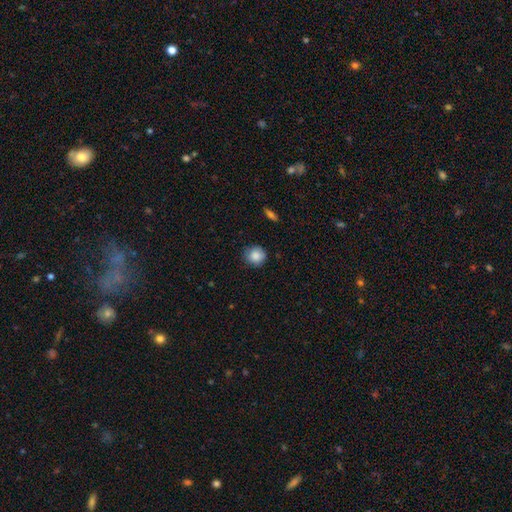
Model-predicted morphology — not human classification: Smooth or featured? Predicted: smooth (p=0.86). How rounded? Predicted: round (p=0.91). Merging? Predicted: none (p=0.84).